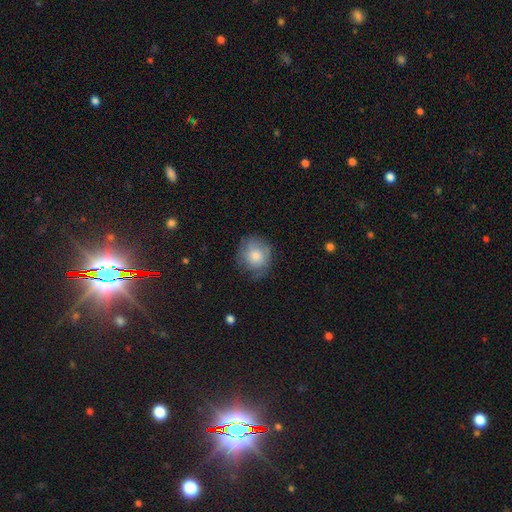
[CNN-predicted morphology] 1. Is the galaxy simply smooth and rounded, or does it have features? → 70% smooth, 23% featured or disk, 8% star or artifact.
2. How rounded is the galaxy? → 85% round, 14% in between, 1% cigar-shaped.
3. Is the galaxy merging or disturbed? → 66% none, 24% minor disturbance, 8% major disturbance, 1% merger.